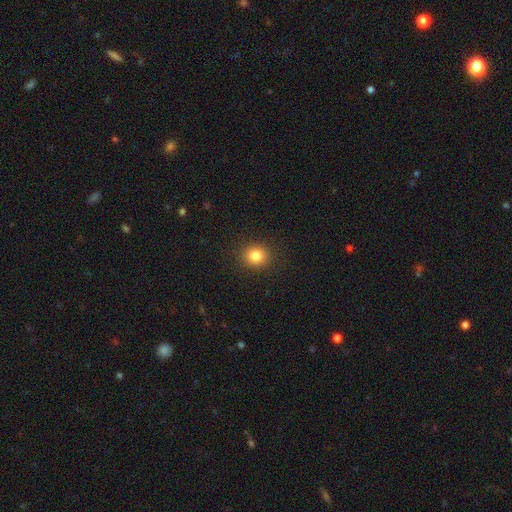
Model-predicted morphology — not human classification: This is clearly a smooth galaxy (82%). How rounded: clearly round (82%). Merging: clearly none (91%).